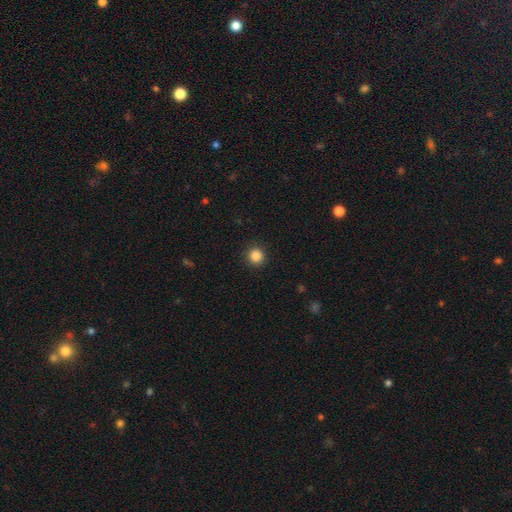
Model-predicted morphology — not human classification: Smooth or featured: smooth — 86% (star or artifact — 11%)
How rounded: round — 94% (in between — 5%)
Merging: none — 91% (minor disturbance — 6%)